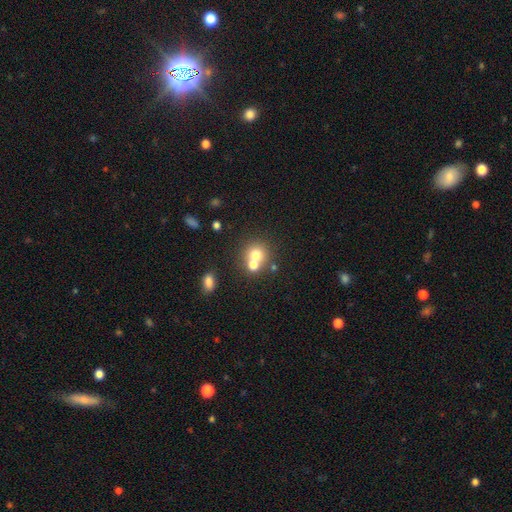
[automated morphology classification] Smooth or featured? smooth (70%)
How rounded? round (83%)
Merging? merger (47%)